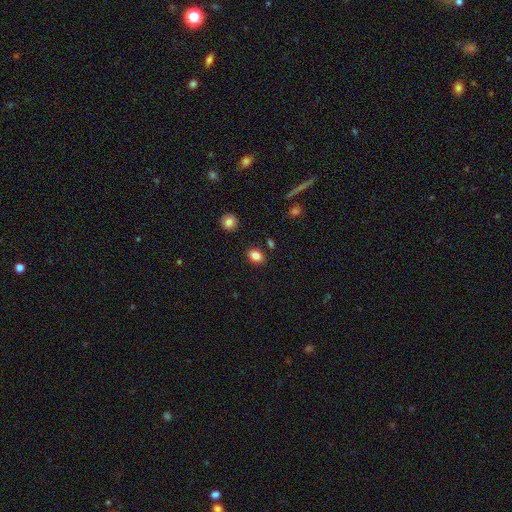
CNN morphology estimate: type=smooth (84%); roundness=in between (71%); merging=none (85%).